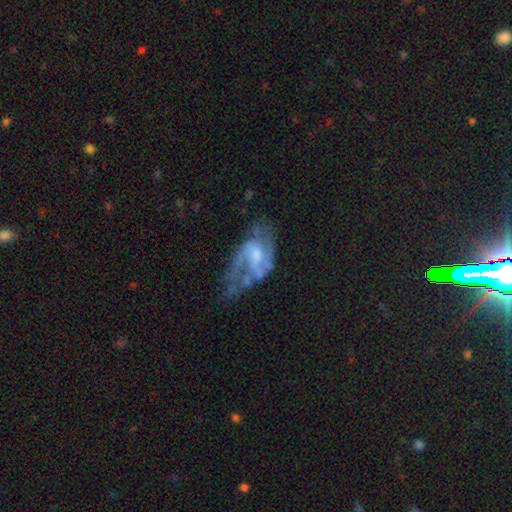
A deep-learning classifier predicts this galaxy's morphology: Smooth or featured?
  - featured or disk: 79% *
  - smooth: 14%
  - star or artifact: 7%
Edge-on disk?
  - no: 96% *
  - yes: 4%
Bar?
  - weak: 45% *
  - no: 43%
  - strong: 12%
Spiral arms?
  - yes: 86% *
  - no: 14%
Spiral winding?
  - medium: 47% *
  - loose: 33%
  - tight: 20%
Spiral arm count?
  - 2: 57% *
  - can't tell: 19%
  - 3: 10%
  - 1: 9%
  - 4: 3%
  - more than 4: 3%
Bulge size?
  - moderate: 42% *
  - small: 37%
  - none: 14%
  - large: 6%
  - dominant: 1%
Merging?
  - none: 36% *
  - major disturbance: 35%
  - minor disturbance: 24%
  - merger: 5%